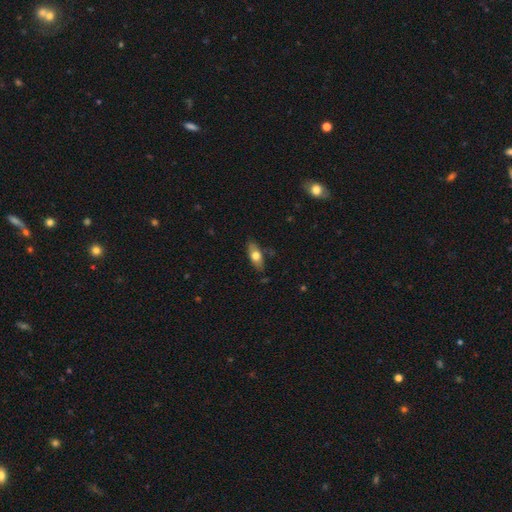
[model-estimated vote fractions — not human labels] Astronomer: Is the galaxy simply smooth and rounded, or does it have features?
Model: smooth — 66%.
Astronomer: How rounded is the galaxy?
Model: in between — 78%.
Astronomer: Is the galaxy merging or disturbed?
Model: none — 79%.